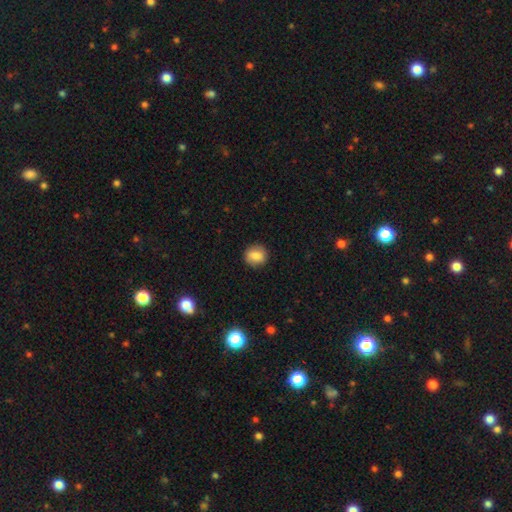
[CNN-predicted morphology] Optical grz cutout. It shows a smooth galaxy with no disk features (83%) that is round (80%). Merging: none (88%).